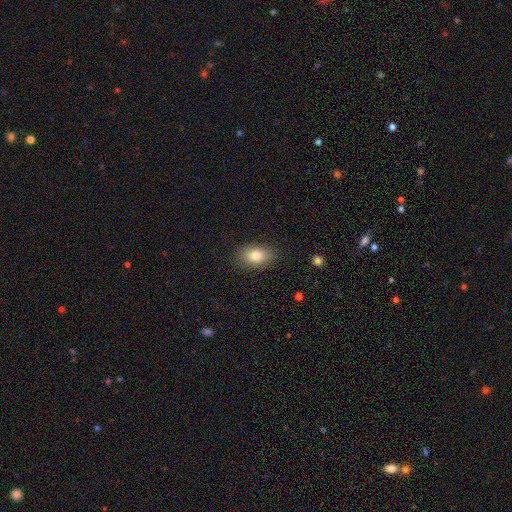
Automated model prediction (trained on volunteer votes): The model was most divided on "smooth or featured": smooth: 81%, featured or disk: 11%, star or artifact: 8%. More confident: how rounded — in between (86%); merging — none (85%).